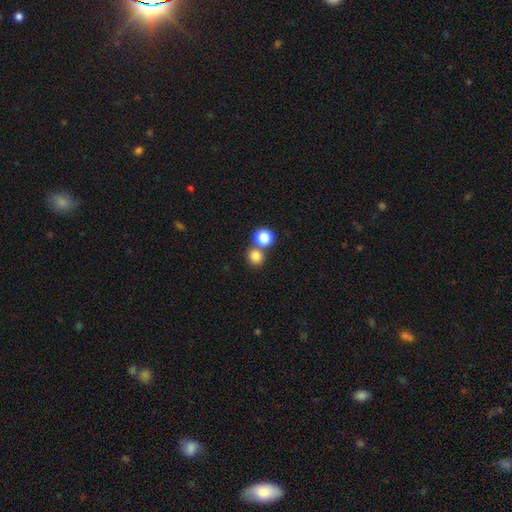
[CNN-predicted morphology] smooth 81%, star or artifact 13%, featured or disk 6%. Down the decision tree: how rounded — round (87%); merging — none (59%).